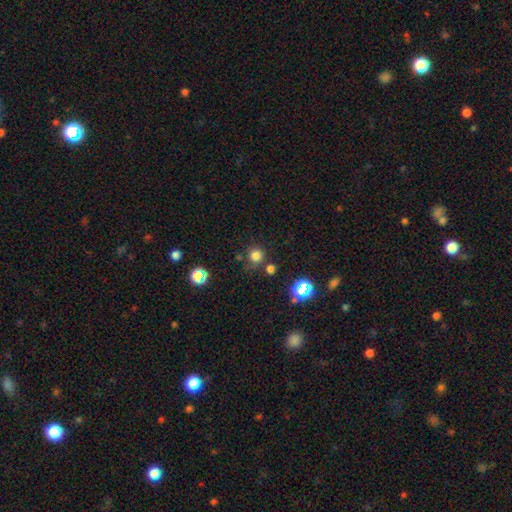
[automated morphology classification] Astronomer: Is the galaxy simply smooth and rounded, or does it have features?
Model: smooth — 76%.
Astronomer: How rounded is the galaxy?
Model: round — 93%.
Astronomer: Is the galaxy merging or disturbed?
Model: none — 71%.